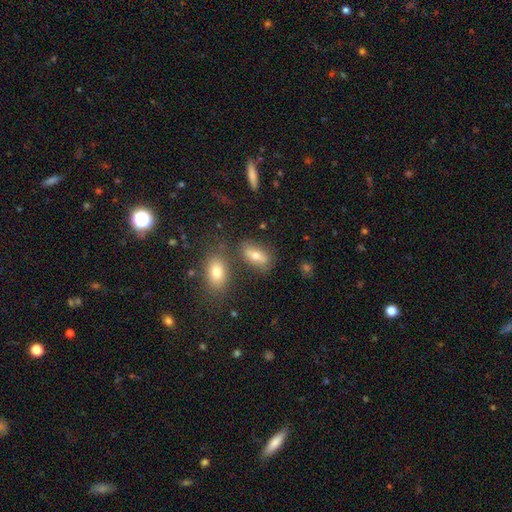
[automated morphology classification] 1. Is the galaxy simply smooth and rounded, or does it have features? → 62% smooth, 26% featured or disk, 12% star or artifact.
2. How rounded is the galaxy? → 82% in between, 11% cigar-shaped, 7% round.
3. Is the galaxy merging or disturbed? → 66% none, 15% minor disturbance, 13% merger, 6% major disturbance.